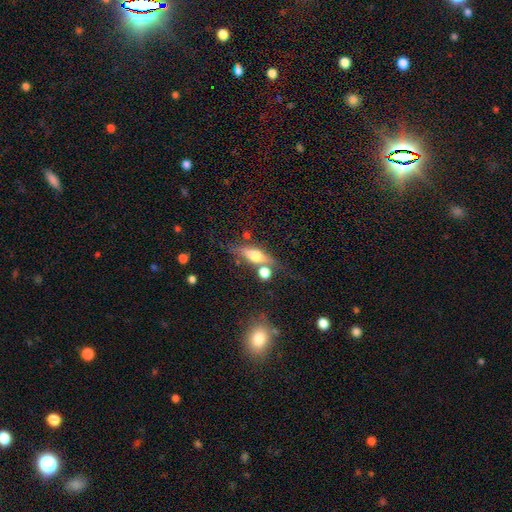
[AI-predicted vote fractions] A featured or disk galaxy (54%) viewed edge-on (88%). Merging: none (66%).